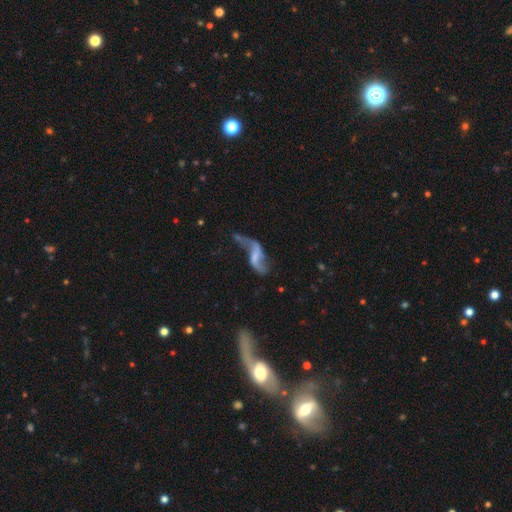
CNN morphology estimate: A featured or disk galaxy (81%) with a weak bar (45%), 2 (90%) loose (91%) spiral arms (89%) and no central bulge (48%).

Vote fractions:
- Smooth or featured? featured or disk: 81% / smooth: 12% / star or artifact: 7%
- Edge-on disk? no: 94% / yes: 6%
- Bar? weak: 45% / no: 31% / strong: 25%
- Spiral arms? yes: 89% / no: 11%
- Spiral winding? loose: 91% / medium: 7% / tight: 2%
- Spiral arm count? 2: 90% / 1: 5% / can't tell: 2% / 3: 1% / 4: 1% / more than 4: 1%
- Bulge size? none: 48% / small: 31% / moderate: 16% / large: 4% / dominant: 1%
- Merging? none: 47% / major disturbance: 23% / minor disturbance: 20% / merger: 10%